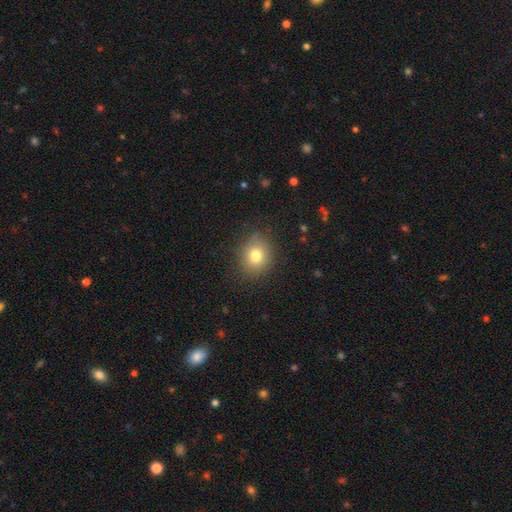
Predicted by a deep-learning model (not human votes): smooth 78%, star or artifact 12%, featured or disk 10%. Down the decision tree: how rounded — round (70%); merging — none (84%).